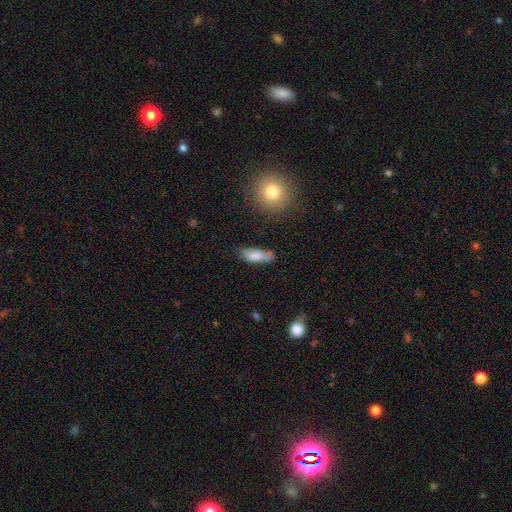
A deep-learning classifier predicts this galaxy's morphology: Q: Smooth or featured?
A: smooth (78%); runner-up: featured or disk (15%)
Q: How rounded?
A: in between (66%); runner-up: cigar-shaped (32%)
Q: Merging?
A: none (60%); runner-up: minor disturbance (26%)